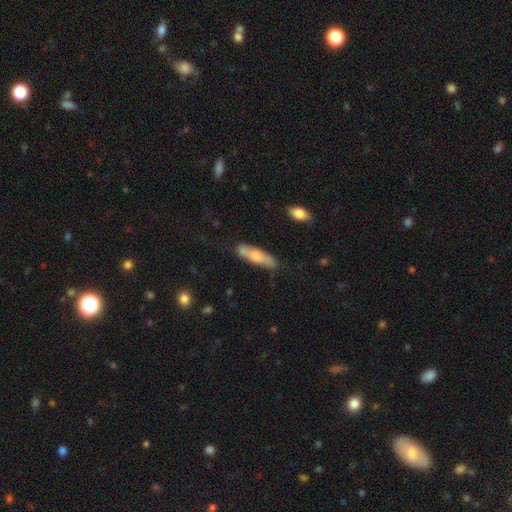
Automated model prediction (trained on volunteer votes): Smooth or featured? Predicted: smooth (p=0.67). How rounded? Predicted: cigar-shaped (p=0.63). Merging? Predicted: none (p=0.63).